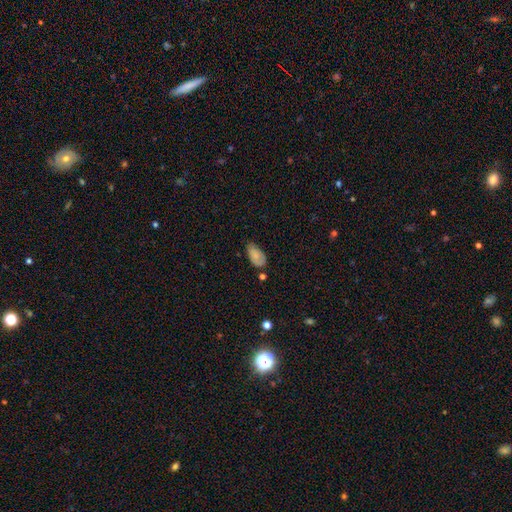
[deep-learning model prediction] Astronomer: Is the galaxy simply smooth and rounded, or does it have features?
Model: smooth — 79%.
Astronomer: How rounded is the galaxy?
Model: in between — 93%.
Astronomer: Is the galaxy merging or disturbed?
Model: none — 54% (runner-up: minor disturbance, 34%).